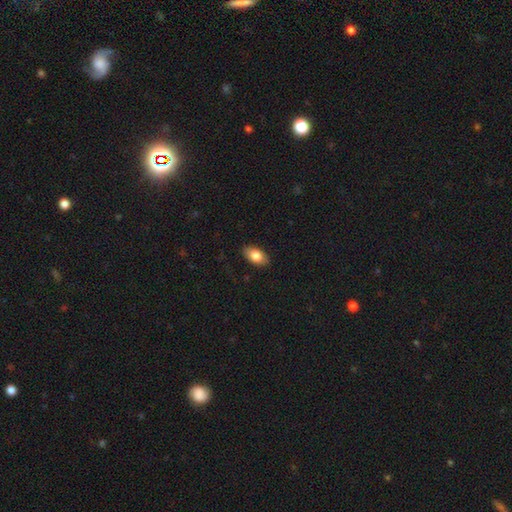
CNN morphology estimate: Overall: smooth (81%). How rounded: in between (92%). Merging: none (88%).